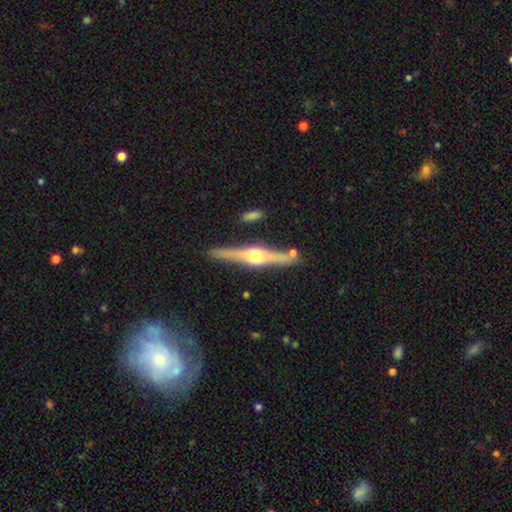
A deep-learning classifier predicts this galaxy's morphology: The model was most divided on "smooth or featured": featured or disk: 81%, smooth: 14%, star or artifact: 5%. More confident: edge-on disk — yes (98%); edge-on bulge — rounded (94%); merging — none (85%).